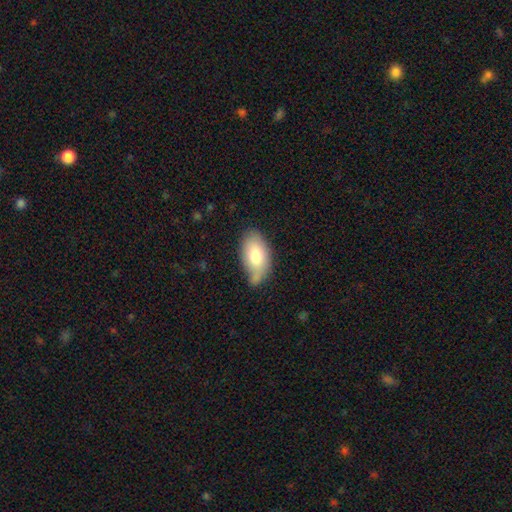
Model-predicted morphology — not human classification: The model was most divided on "merging": none: 54%, minor disturbance: 32%, major disturbance: 7%, merger: 6%. More confident: how rounded — in between (94%); smooth or featured — smooth (74%).